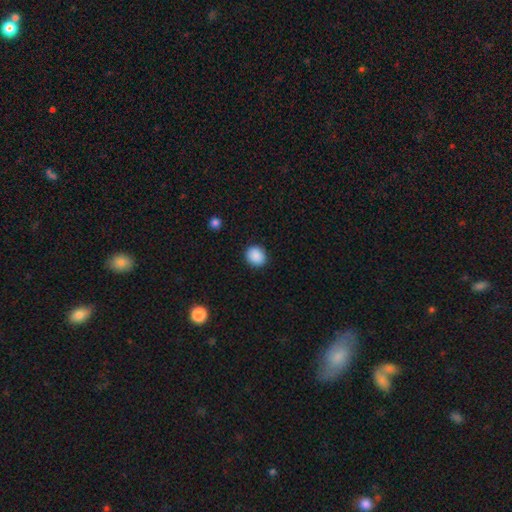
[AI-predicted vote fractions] The model was most divided on "how rounded": round: 69%, in between: 30%, cigar-shaped: 1%. More confident: merging — none (90%); smooth or featured — smooth (89%).